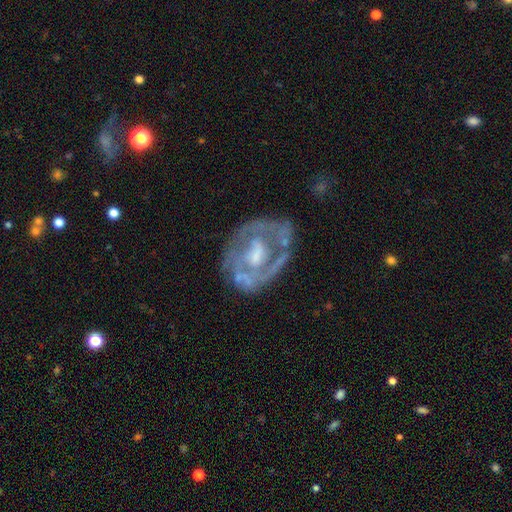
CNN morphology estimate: Smooth or featured? featured or disk (77%)
Edge-on disk? no (96%)
Bar? no (55%)
Spiral arms? yes (59%)
Bulge size? moderate (48%)
Merging? none (57%)